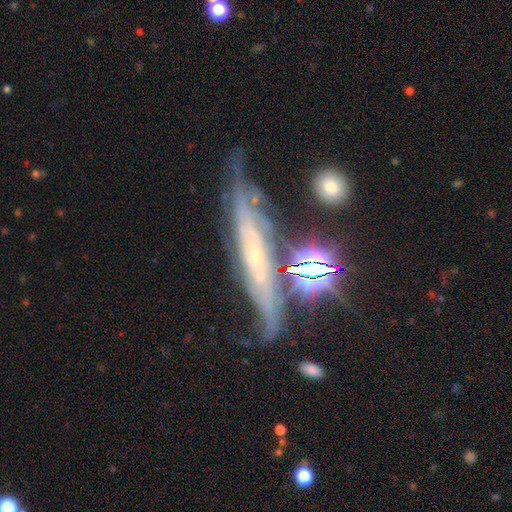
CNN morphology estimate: Smooth or featured?
  - featured or disk: 72% *
  - star or artifact: 15%
  - smooth: 14%
Edge-on disk?
  - yes: 55% *
  - no: 45%
Merging?
  - none: 58% *
  - minor disturbance: 25%
  - major disturbance: 11%
  - merger: 7%